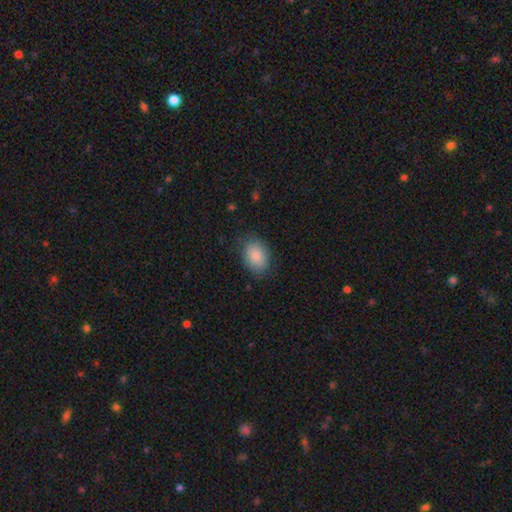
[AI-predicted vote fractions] smooth-or-featured: smooth: 87% | star or artifact: 7% | featured or disk: 6%
  how-rounded: in between: 76% | round: 22% | cigar-shaped: 1%
  merging: none: 81% | minor disturbance: 14% | major disturbance: 4% | merger: 1%